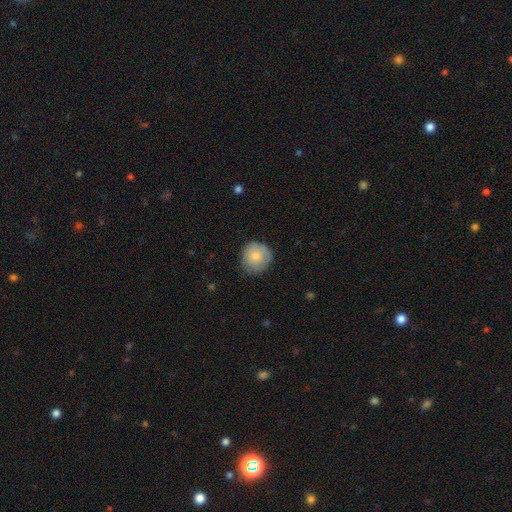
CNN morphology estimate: This is clearly a smooth galaxy (81%). How rounded: clearly round (91%). Merging: clearly none (81%).